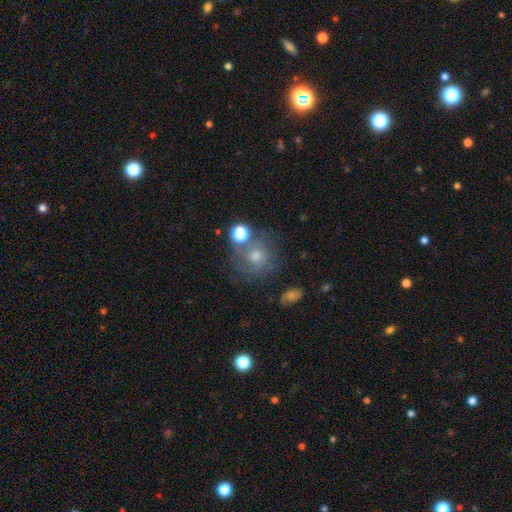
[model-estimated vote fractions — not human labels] The model was most divided on "smooth or featured": featured or disk: 48%, smooth: 33%, star or artifact: 19%. More confident: merging — none (61%).